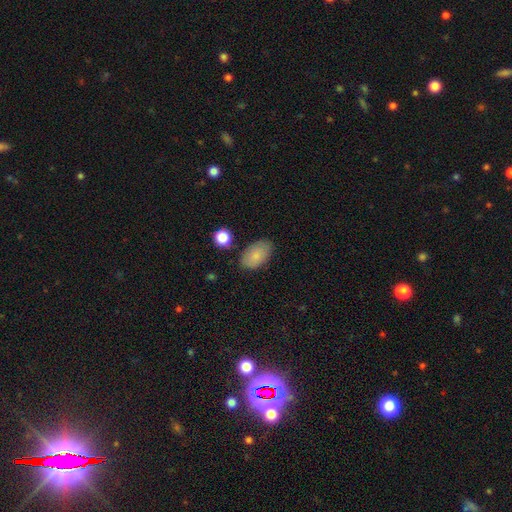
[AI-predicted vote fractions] A smooth galaxy with no disk features (84%) that is in between round and cigar-shaped (93%).

Vote fractions:
- Smooth or featured? smooth: 84% / featured or disk: 9% / star or artifact: 7%
- How rounded? in between: 93% / round: 6% / cigar-shaped: 1%
- Merging? none: 78% / minor disturbance: 16% / major disturbance: 4% / merger: 3%